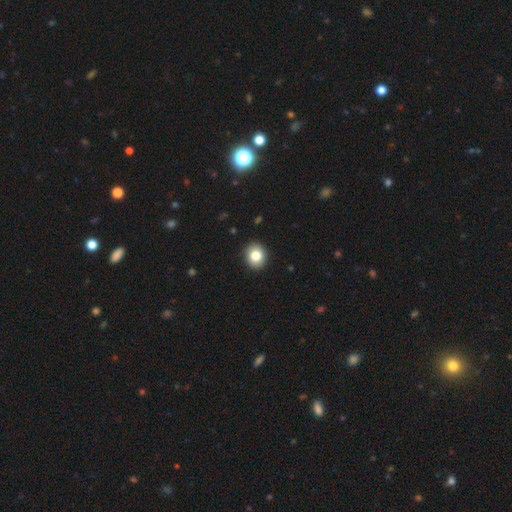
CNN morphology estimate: smooth 82%, star or artifact 10%, featured or disk 8%. Down the decision tree: how rounded — round (78%); merging — none (90%).